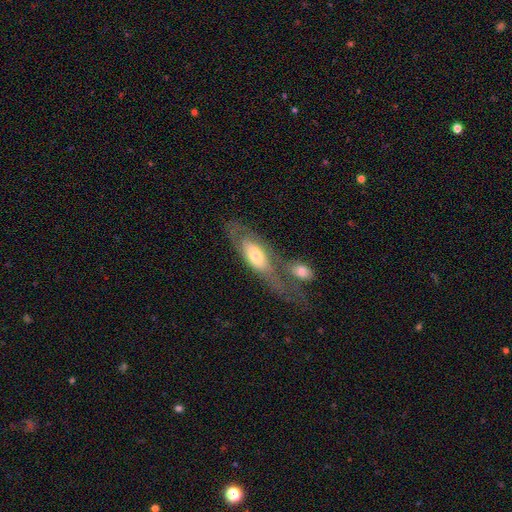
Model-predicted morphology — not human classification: Overall: featured or disk (47%, tied with smooth). Merging: merger (47%; none 28%).